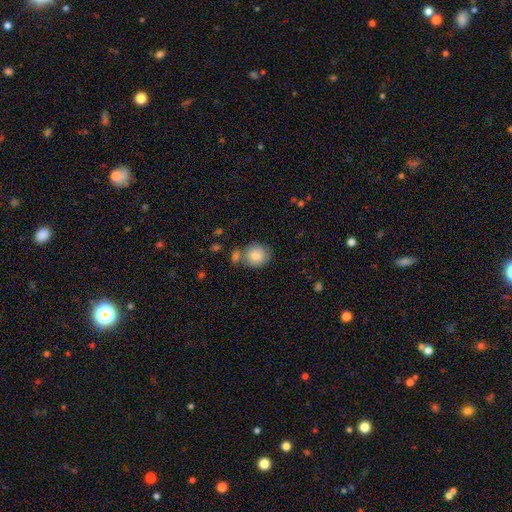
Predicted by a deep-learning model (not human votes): smooth 84%, featured or disk 9%, star or artifact 7%. Down the decision tree: how rounded — round (73%); merging — none (59%).